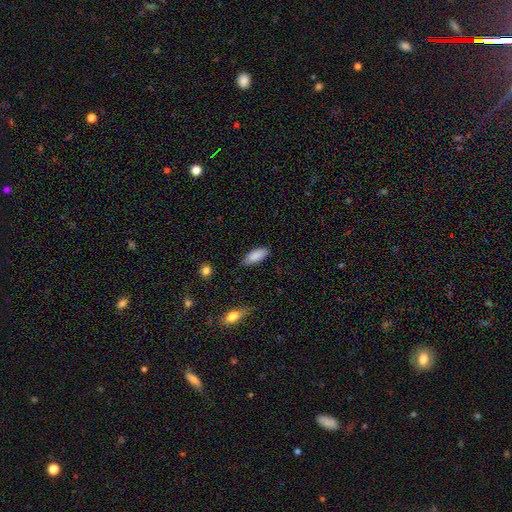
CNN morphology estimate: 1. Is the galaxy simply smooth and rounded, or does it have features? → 87% smooth, 6% star or artifact, 6% featured or disk.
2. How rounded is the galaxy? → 82% in between, 16% cigar-shaped, 2% round.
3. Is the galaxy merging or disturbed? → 79% none, 16% minor disturbance, 3% major disturbance, 1% merger.